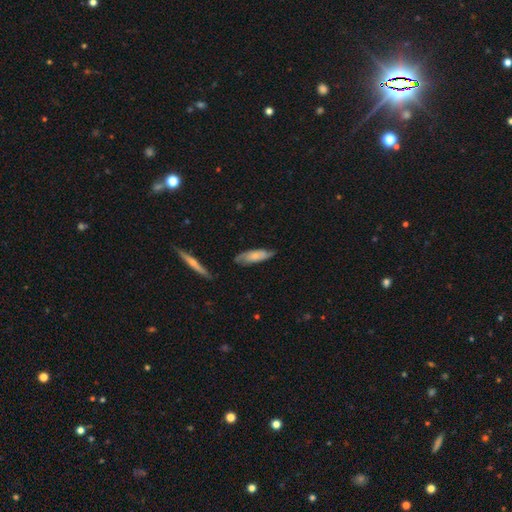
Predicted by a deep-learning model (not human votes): Overall: smooth (49%; featured or disk 45%). Merging: none (73%).